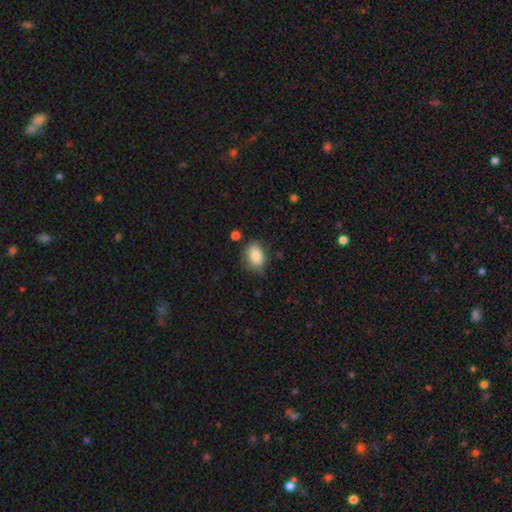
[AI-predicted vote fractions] Q: Smooth or featured?
A: smooth (85%); runner-up: featured or disk (8%)
Q: How rounded?
A: in between (79%); runner-up: round (20%)
Q: Merging?
A: none (73%); runner-up: minor disturbance (20%)